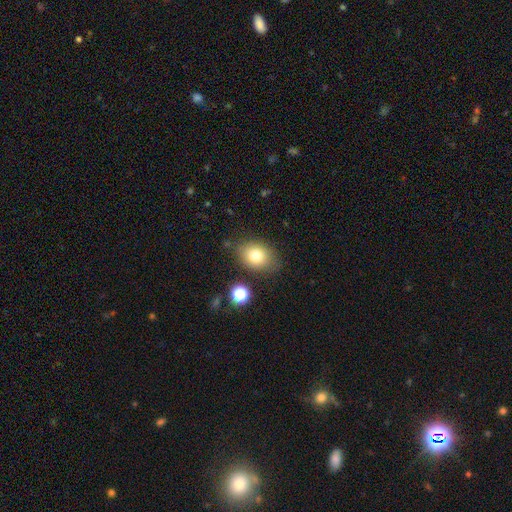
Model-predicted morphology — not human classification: smooth 78%, star or artifact 11%, featured or disk 11%. Down the decision tree: how rounded — in between (62%); merging — none (78%).